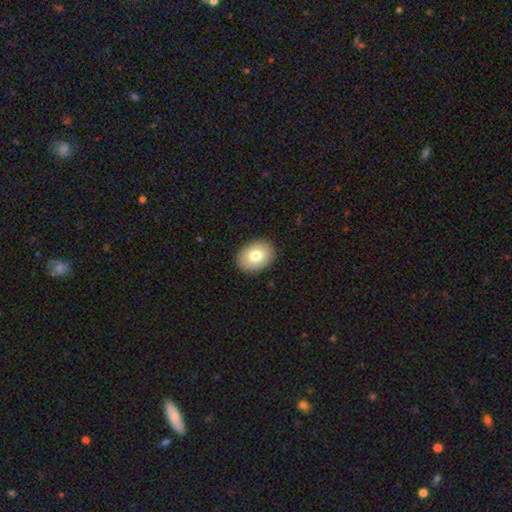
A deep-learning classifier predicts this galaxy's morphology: A smooth galaxy with no disk features (78%) that is in between round and cigar-shaped (65%). Merging: none (90%).